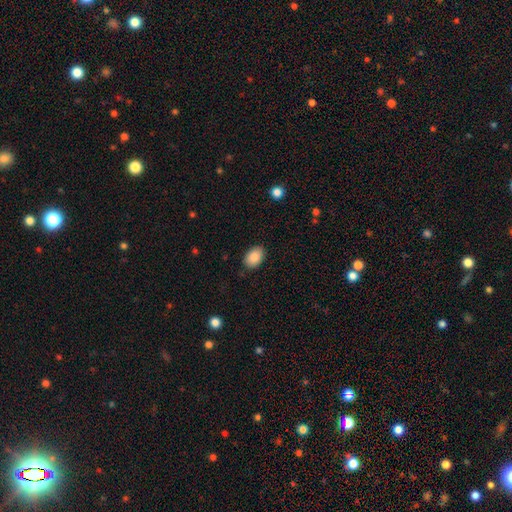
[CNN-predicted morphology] Overall: smooth (88%). How rounded: in between (84%). Merging: none (86%).